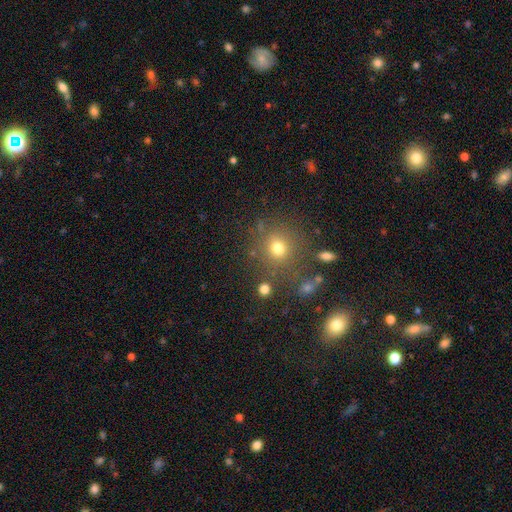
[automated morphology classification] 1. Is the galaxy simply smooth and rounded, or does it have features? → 51% smooth, 39% star or artifact, 10% featured or disk.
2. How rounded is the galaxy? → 92% round, 7% in between, 1% cigar-shaped.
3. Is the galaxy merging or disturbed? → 78% none, 9% merger, 9% minor disturbance, 4% major disturbance.